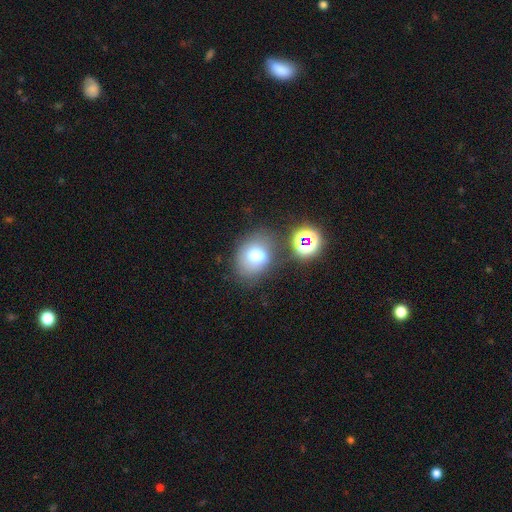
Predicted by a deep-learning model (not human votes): smooth 71%, featured or disk 15%, star or artifact 14%. Down the decision tree: how rounded — in between (58%); merging — none (58%).